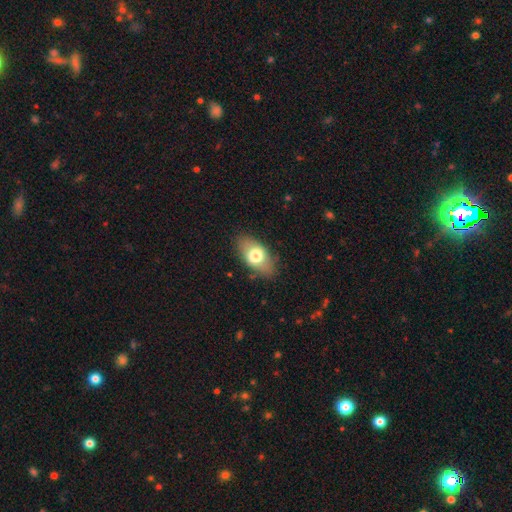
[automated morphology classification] smooth_or_featured: smooth (p=0.69) [alt: featured or disk p=0.24]
how_rounded: in between (p=0.89) [alt: round p=0.07]
merging: none (p=0.81) [alt: minor disturbance p=0.14]